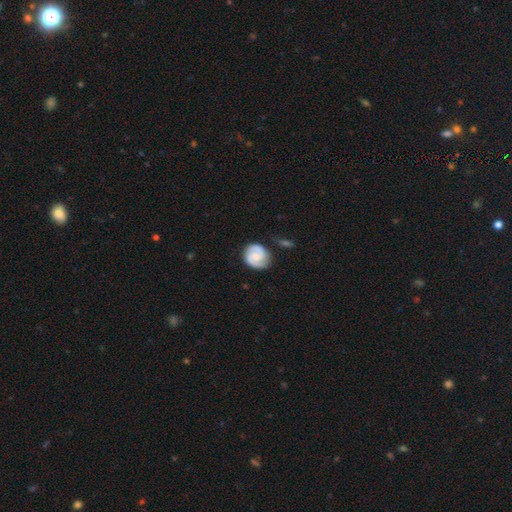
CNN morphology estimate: Smooth or featured? featured or disk (72%)
Edge-on disk? no (98%)
Bar? no (53%)
Spiral arms? yes (96%)
Spiral winding? tight (46%)
Spiral arm count? 2 (87%)
Bulge size? small (43%)
Merging? none (77%)